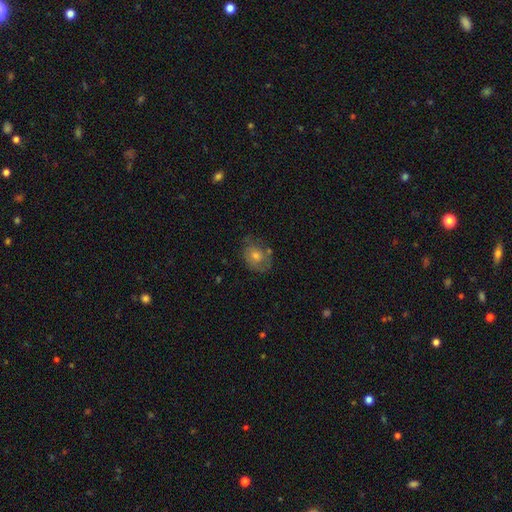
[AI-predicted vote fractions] This appears to be a smooth galaxy with no disk features (51%) that is in between round and cigar-shaped (50%). Merging: none (64%).